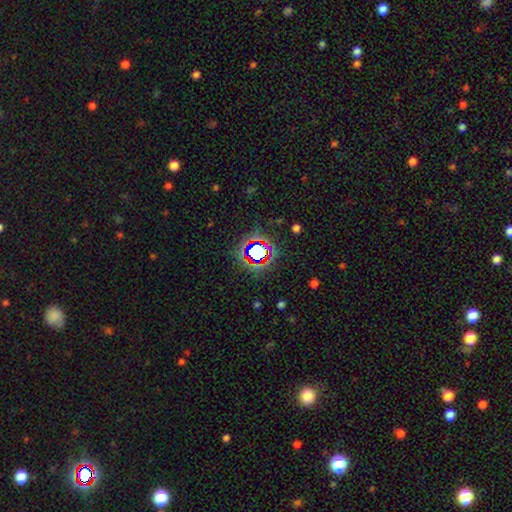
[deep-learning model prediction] A star or artifact, not a galaxy (68%).

Vote fractions:
- Smooth or featured? star or artifact: 68% / smooth: 21% / featured or disk: 11%